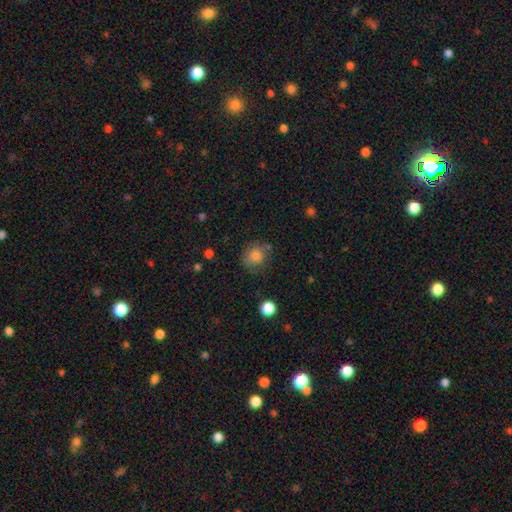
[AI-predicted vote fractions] This is clearly a smooth galaxy (81%). How rounded: clearly round (81%). Merging: likely none (70%).